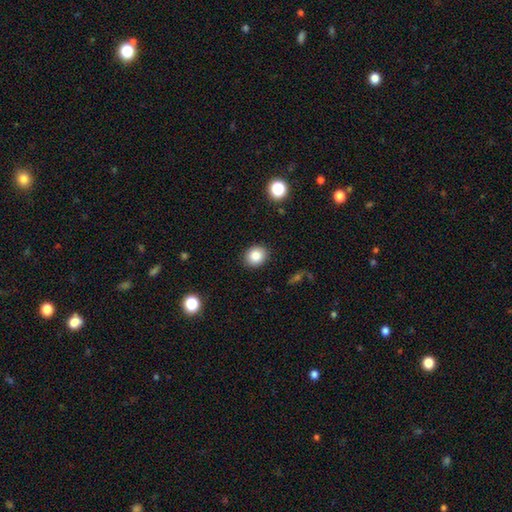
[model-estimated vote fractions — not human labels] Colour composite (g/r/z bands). It shows a smooth galaxy with no disk features (85%) that is round (67%). Merging: none (89%).